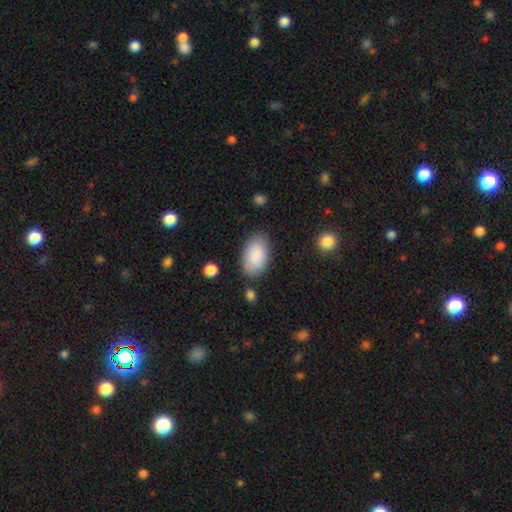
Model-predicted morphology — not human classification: smooth_or_featured: smooth (p=0.87) [alt: featured or disk p=0.07]
how_rounded: in between (p=0.94) [alt: round p=0.05]
merging: none (p=0.80) [alt: minor disturbance p=0.13]